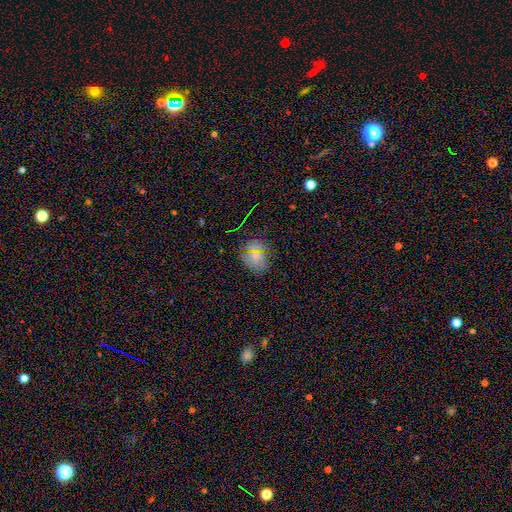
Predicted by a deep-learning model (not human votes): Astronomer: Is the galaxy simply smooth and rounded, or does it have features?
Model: smooth — 67%.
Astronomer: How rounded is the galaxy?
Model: round — 66%.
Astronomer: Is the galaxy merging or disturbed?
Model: none — 83%.